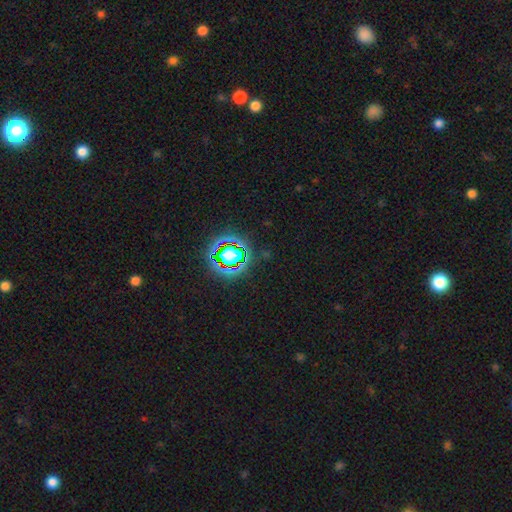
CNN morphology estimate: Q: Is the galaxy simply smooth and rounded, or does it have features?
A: star or artifact — 79%.